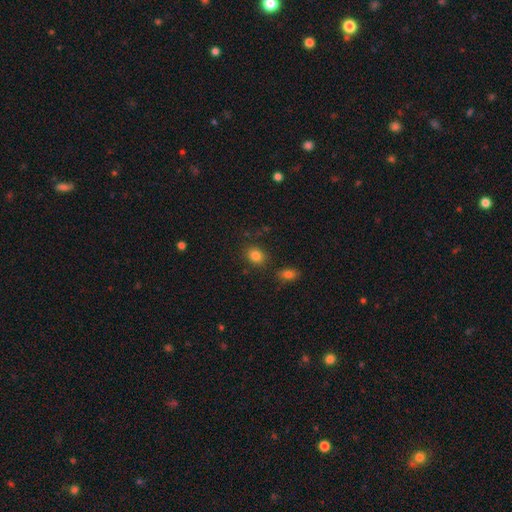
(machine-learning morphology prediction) A smooth galaxy with no disk features (84%) that is round (55%).

Vote fractions:
- Smooth or featured? smooth: 84% / star or artifact: 11% / featured or disk: 5%
- How rounded? round: 55% / in between: 44% / cigar-shaped: 1%
- Merging? none: 81% / minor disturbance: 11% / merger: 5% / major disturbance: 3%